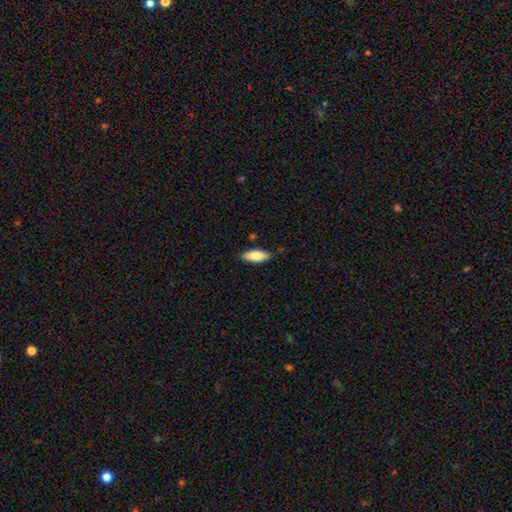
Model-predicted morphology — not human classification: smooth-or-featured: smooth: 82% | featured or disk: 12% | star or artifact: 6%
  how-rounded: in between: 73% | cigar-shaped: 25% | round: 2%
  merging: none: 86% | minor disturbance: 10% | major disturbance: 2% | merger: 2%